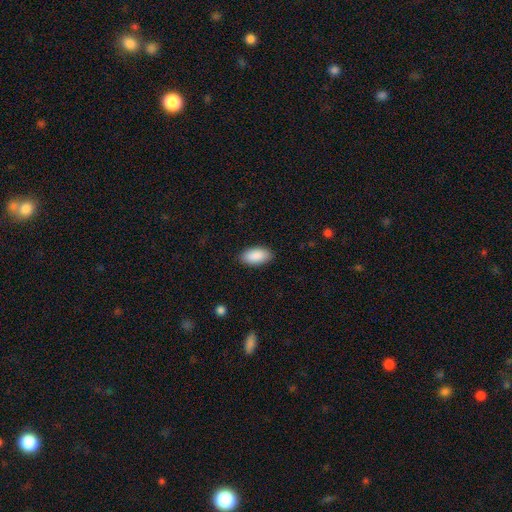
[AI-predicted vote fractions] A smooth galaxy with no disk features (90%) that is in between round and cigar-shaped (95%). Merging: none (88%).